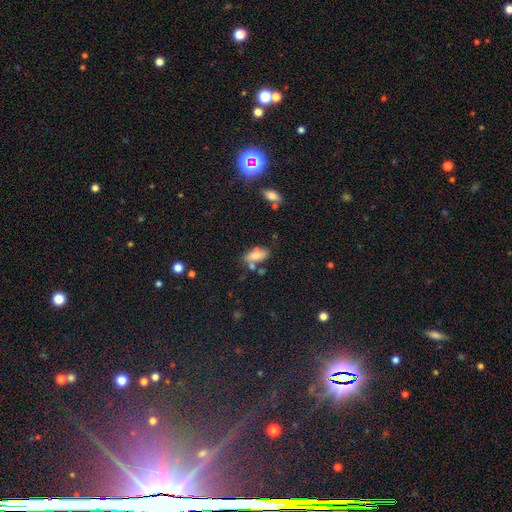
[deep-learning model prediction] smooth_or_featured: smooth (p=0.72) [alt: featured or disk p=0.17]
how_rounded: in between (p=0.84) [alt: cigar-shaped p=0.12]
merging: none (p=0.57) [alt: minor disturbance p=0.19]